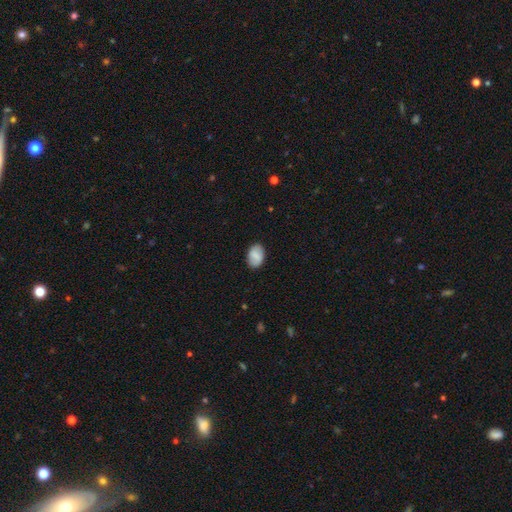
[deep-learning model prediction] A smooth galaxy with no disk features (77%) that is in between round and cigar-shaped (88%). Merging: none (85%).